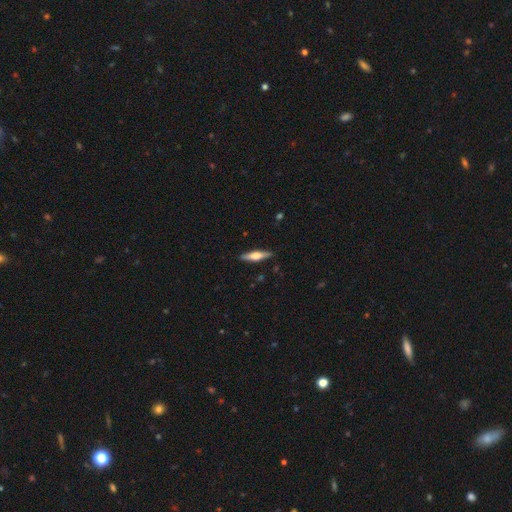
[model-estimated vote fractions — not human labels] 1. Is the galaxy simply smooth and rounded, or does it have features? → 51% featured or disk, 43% smooth, 5% star or artifact.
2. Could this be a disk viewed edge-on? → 95% yes, 5% no.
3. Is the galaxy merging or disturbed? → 89% none, 9% minor disturbance, 2% major disturbance, 1% merger.